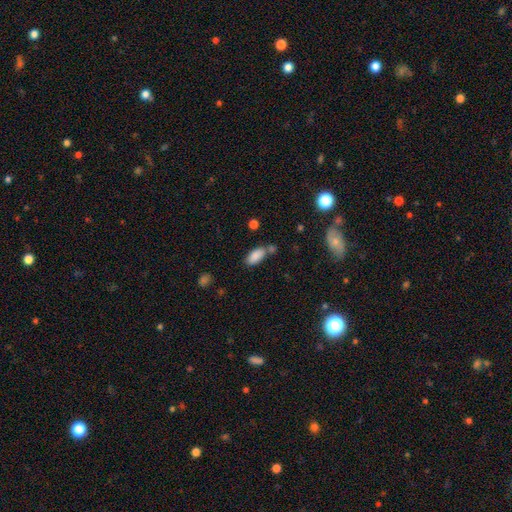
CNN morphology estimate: Q: Smooth or featured?
A: smooth (86%); runner-up: star or artifact (8%)
Q: How rounded?
A: in between (90%); runner-up: cigar-shaped (7%)
Q: Merging?
A: none (57%); runner-up: merger (20%)